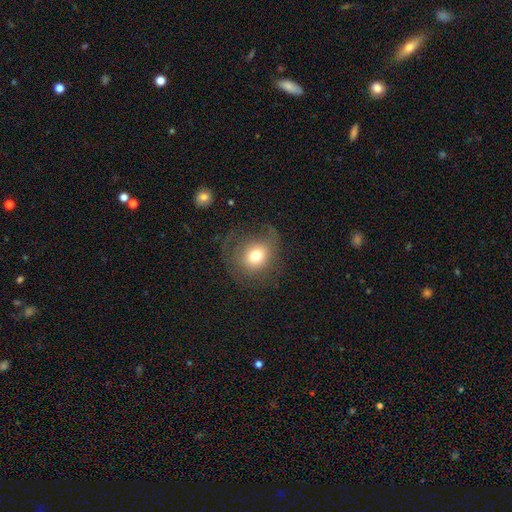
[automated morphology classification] smooth-or-featured: smooth: 65% | featured or disk: 23% | star or artifact: 12%
  how-rounded: round: 81% | in between: 18% | cigar-shaped: 1%
  merging: none: 59% | major disturbance: 19% | minor disturbance: 19% | merger: 2%